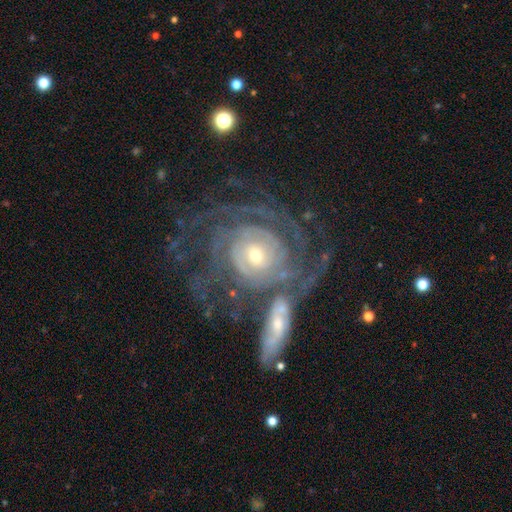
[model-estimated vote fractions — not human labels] smooth_or_featured: featured or disk (p=0.90) [alt: smooth p=0.05]
disk_edge_on: no (p=0.97) [alt: yes p=0.03]
bar: no (p=0.67) [alt: weak p=0.24]
has_spiral_arms: yes (p=0.97) [alt: no p=0.03]
spiral_winding: tight (p=0.74) [alt: medium p=0.20]
spiral_arm_count: can't tell (p=0.28) [alt: 2 p=0.18]
bulge_size: small (p=0.59) [alt: moderate p=0.35]
merging: none (p=0.46) [alt: merger p=0.26]